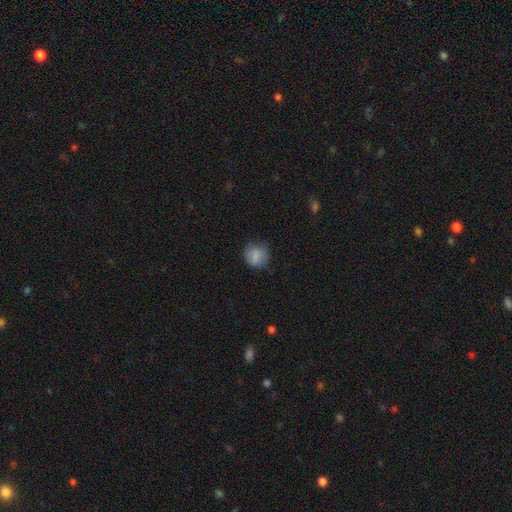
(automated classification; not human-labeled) smooth 80%, featured or disk 12%, star or artifact 8%. Down the decision tree: how rounded — round (77%); merging — none (69%).